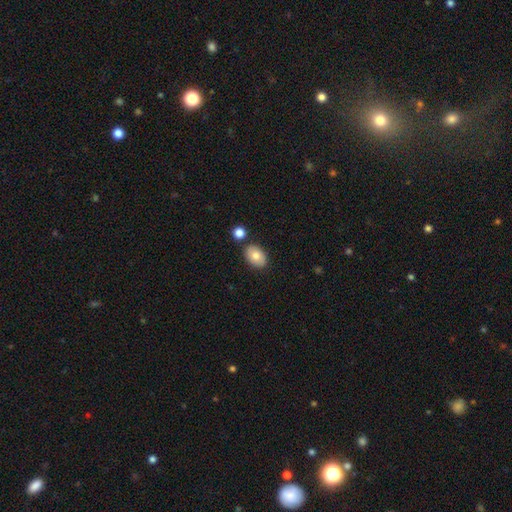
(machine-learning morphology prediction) This is likely a smooth galaxy (80%). How rounded: clearly in between (86%). Merging: likely none (79%).